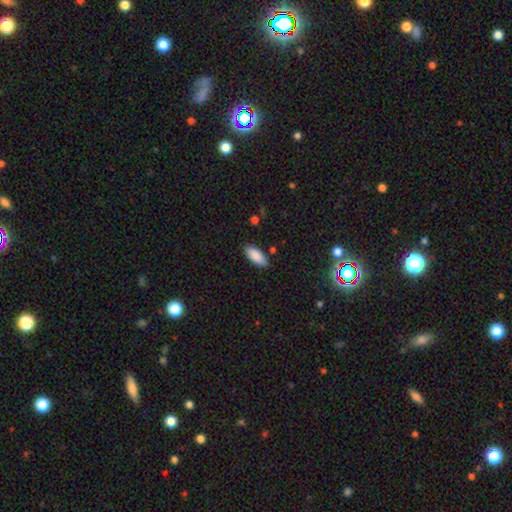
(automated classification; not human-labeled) Smooth or featured? smooth (88%)
How rounded? in between (86%)
Merging? none (86%)